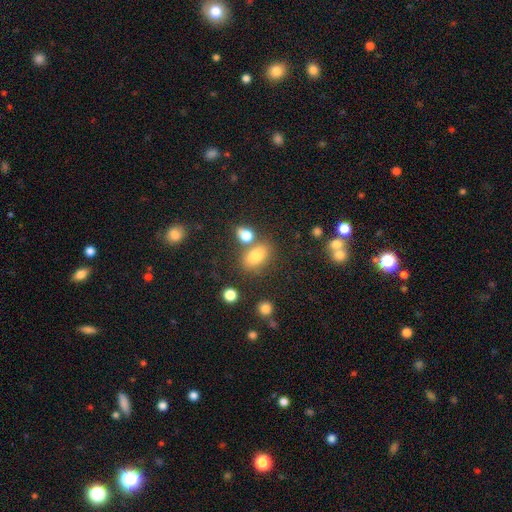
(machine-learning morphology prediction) A smooth galaxy with no disk features (76%) that is in between round and cigar-shaped (78%). Merging: none (66%).